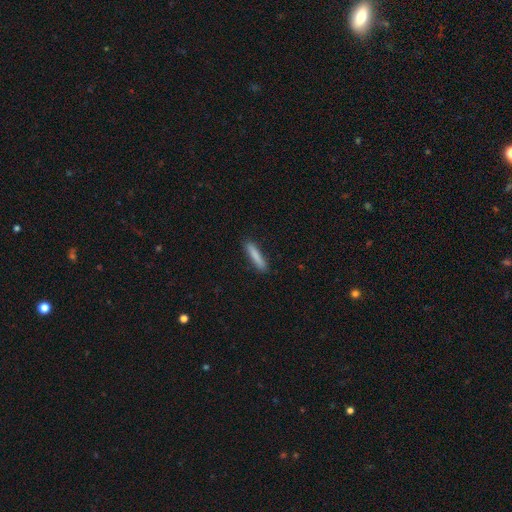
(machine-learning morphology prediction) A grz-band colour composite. It shows a smooth galaxy with no disk features (84%) that is cigar-shaped (89%). Merging: none (87%).